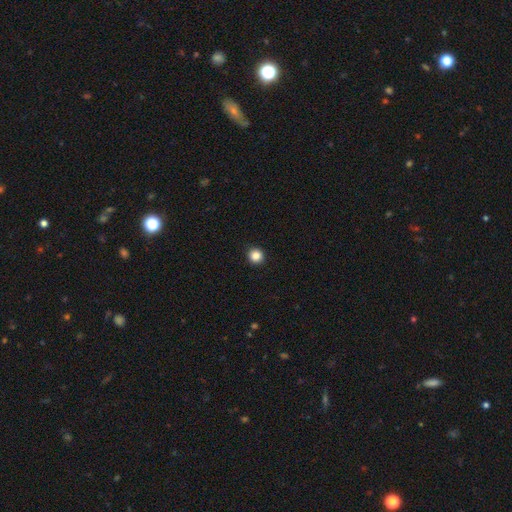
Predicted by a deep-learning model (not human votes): smooth 85%, star or artifact 11%, featured or disk 4%. Down the decision tree: how rounded — round (95%); merging — none (94%).